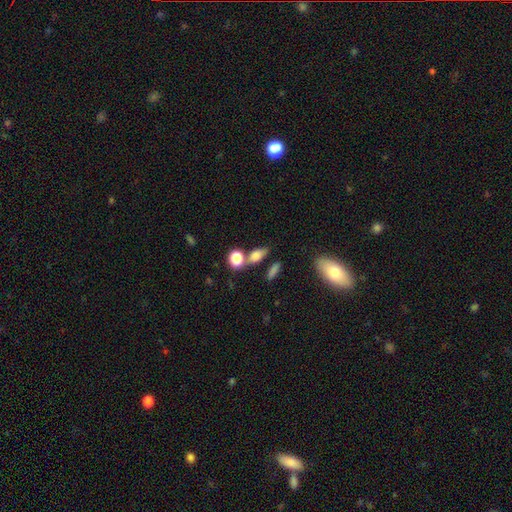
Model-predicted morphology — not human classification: This appears to be a smooth galaxy with no disk features (78%) that is in between round and cigar-shaped (61%). Merging: none (56%).